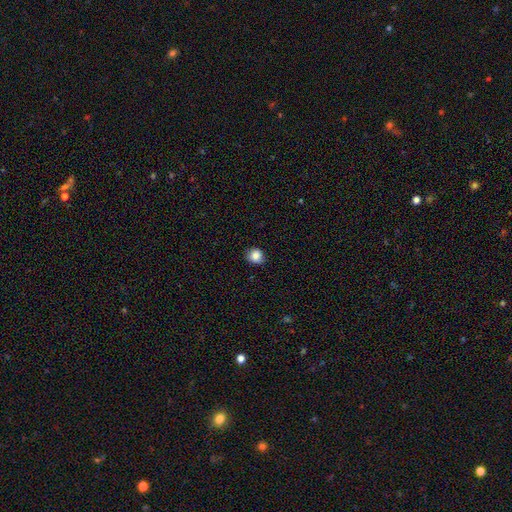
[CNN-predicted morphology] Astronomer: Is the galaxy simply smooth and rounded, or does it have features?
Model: smooth — 86%.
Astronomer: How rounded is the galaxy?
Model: round — 84%.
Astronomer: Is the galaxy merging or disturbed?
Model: none — 84%.